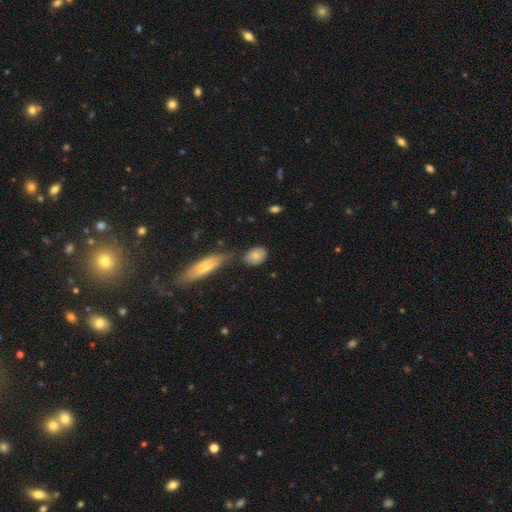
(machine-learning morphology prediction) Smooth or featured? smooth (78%)
How rounded? in between (77%)
Merging? none (63%)